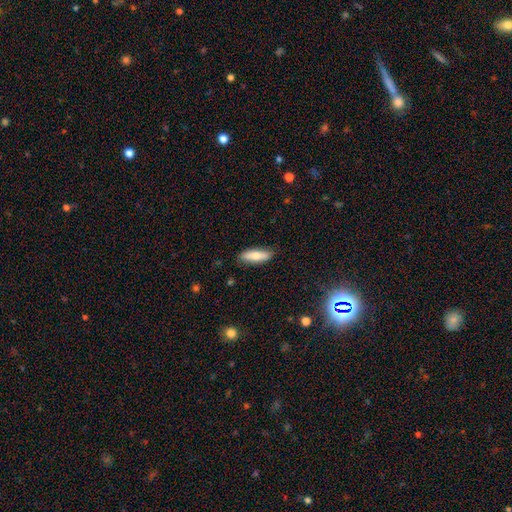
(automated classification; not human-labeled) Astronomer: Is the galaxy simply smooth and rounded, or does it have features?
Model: smooth — 71%.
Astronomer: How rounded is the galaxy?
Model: cigar-shaped — 50% (runner-up: in between, 48%).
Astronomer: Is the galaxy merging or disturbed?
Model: none — 86%.